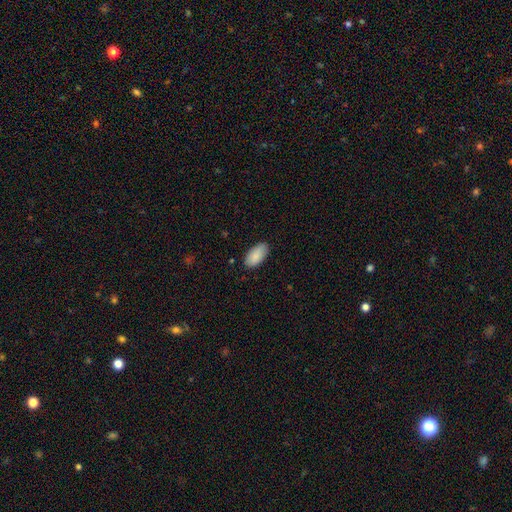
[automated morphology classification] smooth_or_featured: smooth (p=0.88) [alt: star or artifact p=0.06]
how_rounded: in between (p=0.95) [alt: cigar-shaped p=0.03]
merging: none (p=0.84) [alt: minor disturbance p=0.13]